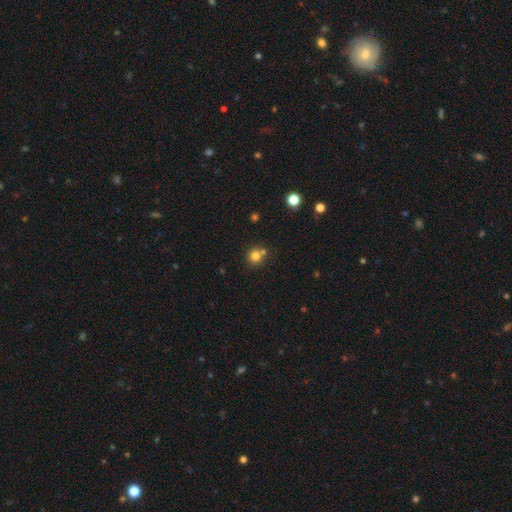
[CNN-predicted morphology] This appears to be a smooth galaxy with no disk features (78%) that is round (90%). Merging: none (64%).